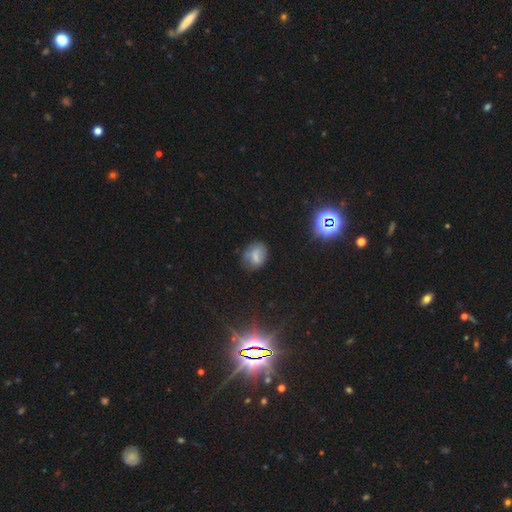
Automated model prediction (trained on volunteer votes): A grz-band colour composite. It shows a smooth galaxy with no disk features (63%) that is in between round and cigar-shaped (59%). Merging: none (65%).